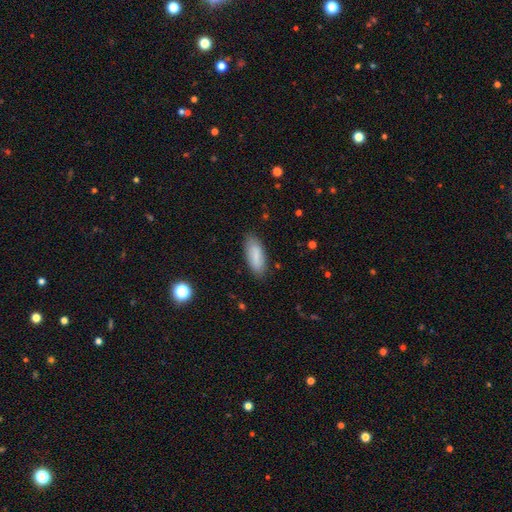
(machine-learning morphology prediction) smooth_or_featured: smooth (p=0.83) [alt: featured or disk p=0.11]
how_rounded: in between (p=0.77) [alt: cigar-shaped p=0.21]
merging: none (p=0.84) [alt: minor disturbance p=0.12]